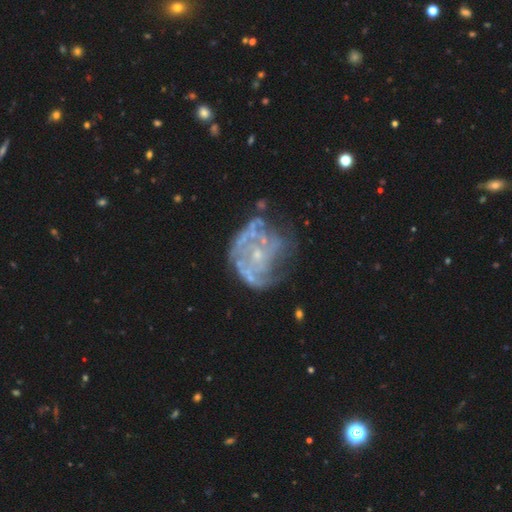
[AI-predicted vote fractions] A featured or disk galaxy (77%) with no bar (80%), spiral arms (66%) and a small central bulge (73%). Merging: none (44%).